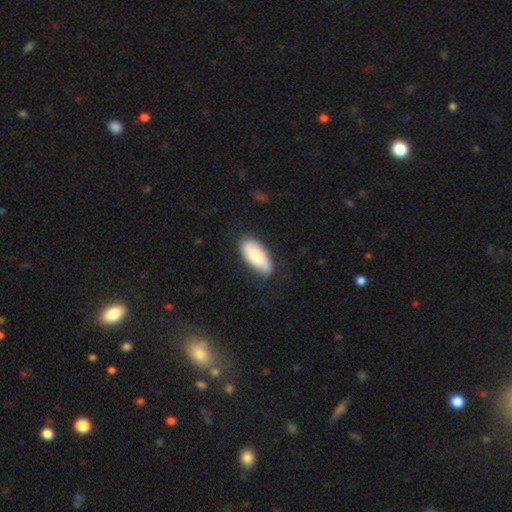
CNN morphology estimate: Smooth or featured? Predicted: smooth (p=0.81). How rounded? Predicted: in between (p=0.90). Merging? Predicted: none (p=0.76).